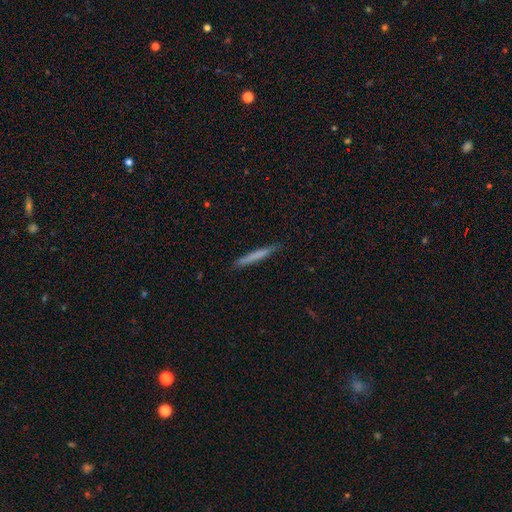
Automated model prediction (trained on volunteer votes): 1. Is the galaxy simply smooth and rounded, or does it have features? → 69% smooth, 25% featured or disk, 6% star or artifact.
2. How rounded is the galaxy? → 96% cigar-shaped, 2% in between, 1% round.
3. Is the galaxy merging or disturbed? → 88% none, 9% minor disturbance, 2% major disturbance, 1% merger.